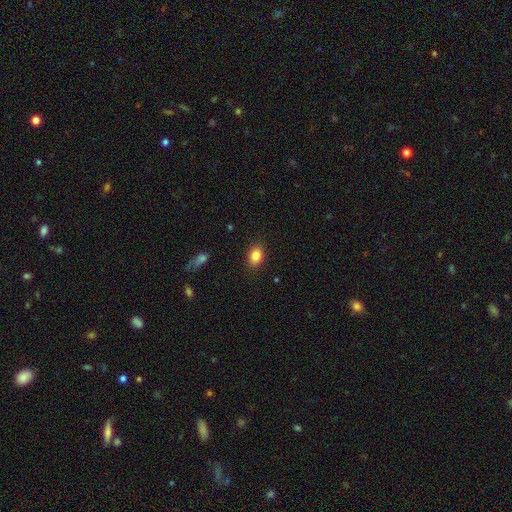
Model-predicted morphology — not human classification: Q: Smooth or featured?
A: smooth (85%); runner-up: star or artifact (9%)
Q: How rounded?
A: in between (76%); runner-up: round (22%)
Q: Merging?
A: none (88%); runner-up: minor disturbance (9%)